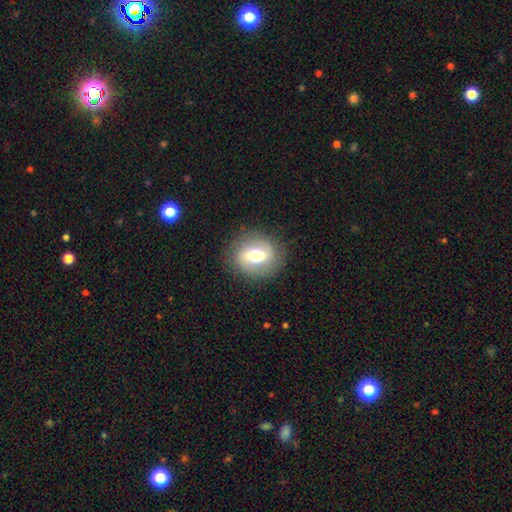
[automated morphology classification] This is possibly a smooth galaxy (50%). Merging: clearly none (84%).